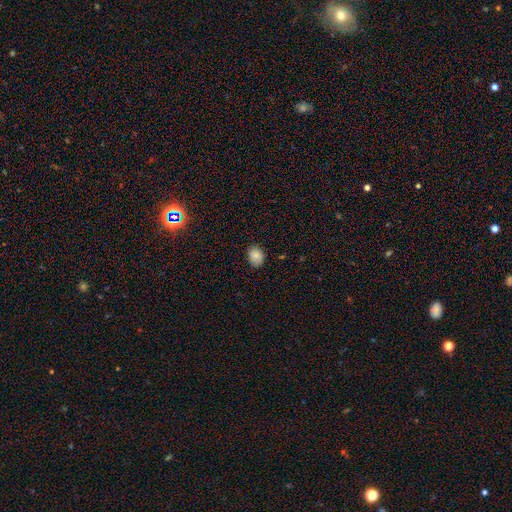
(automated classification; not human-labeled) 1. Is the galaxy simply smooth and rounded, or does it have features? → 84% smooth, 9% star or artifact, 7% featured or disk.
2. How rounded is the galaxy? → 58% in between, 42% round, 1% cigar-shaped.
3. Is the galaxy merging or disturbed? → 78% none, 18% minor disturbance, 3% major disturbance, 1% merger.